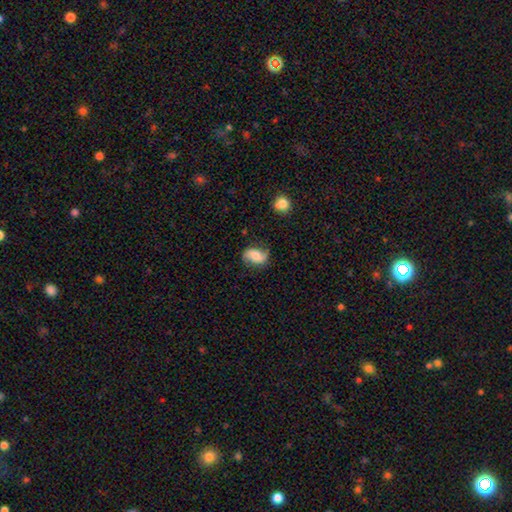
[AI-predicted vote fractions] A featured or disk galaxy (51%).

Vote fractions:
- Smooth or featured? featured or disk: 51% / smooth: 41% / star or artifact: 8%
- Edge-on disk? no: 96% / yes: 4%
- Merging? none: 71% / minor disturbance: 21% / major disturbance: 6% / merger: 2%